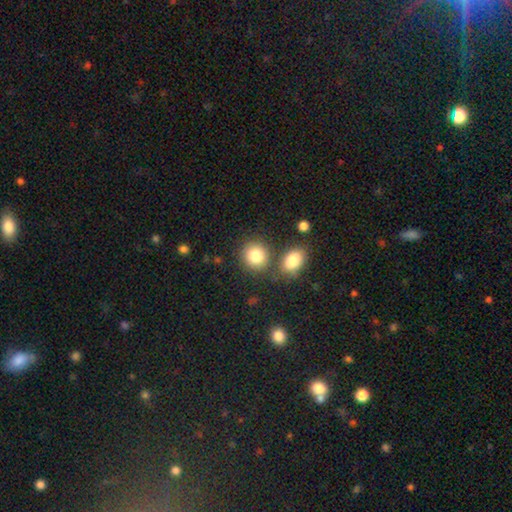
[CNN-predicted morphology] Smooth or featured? smooth (82%)
How rounded? round (81%)
Merging? none (73%)